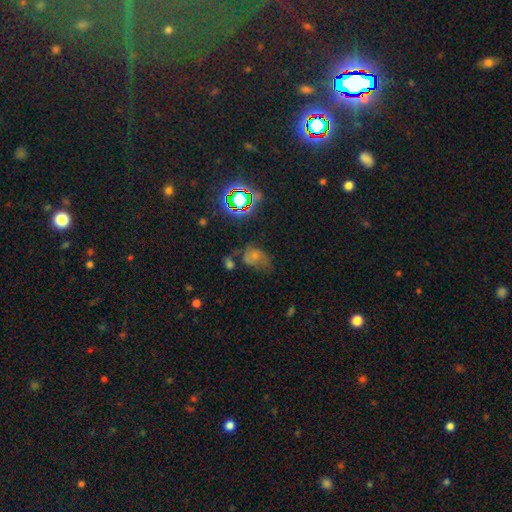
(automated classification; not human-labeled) Morphology: type=star or artifact (44%).